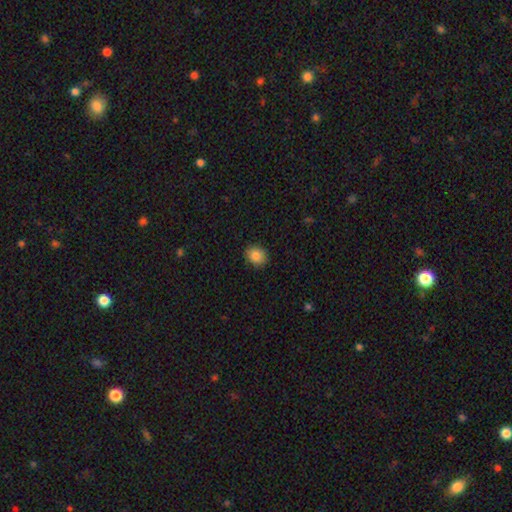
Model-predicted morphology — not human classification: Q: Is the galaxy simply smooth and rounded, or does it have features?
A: smooth — 86%.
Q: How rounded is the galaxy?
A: round — 65%.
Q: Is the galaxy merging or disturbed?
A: none — 89%.